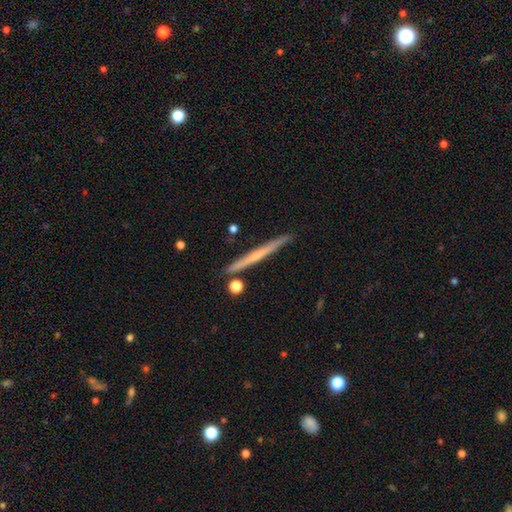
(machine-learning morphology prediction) Q: Smooth or featured?
A: featured or disk (59%); runner-up: smooth (35%)
Q: Edge-on disk?
A: yes (97%); runner-up: no (3%)
Q: Edge-on bulge?
A: none (65%); runner-up: rounded (31%)
Q: Merging?
A: none (87%); runner-up: minor disturbance (8%)